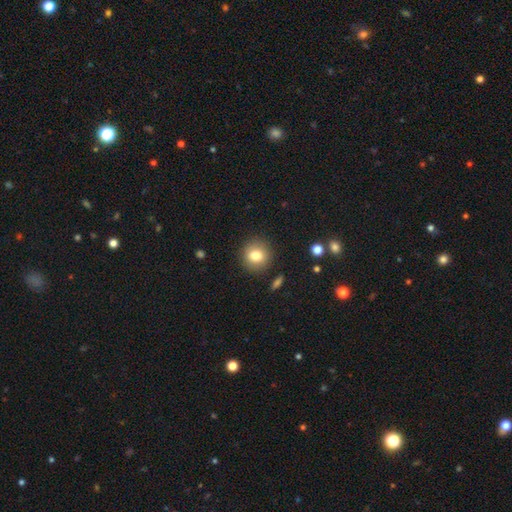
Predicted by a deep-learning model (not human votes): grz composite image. It shows a smooth galaxy with no disk features (81%) that is round (86%). Merging: none (88%).